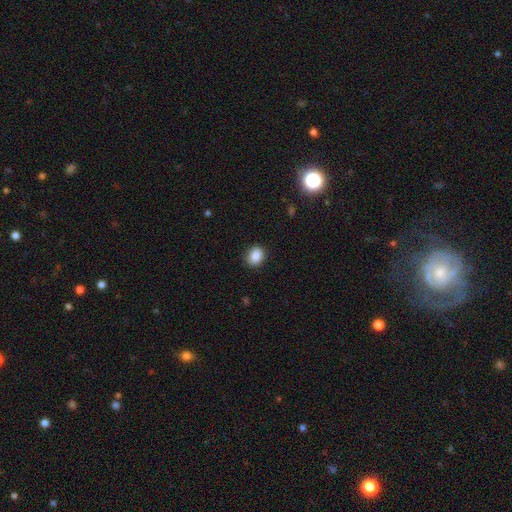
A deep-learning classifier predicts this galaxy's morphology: Smooth or featured: smooth — 87% (star or artifact — 9%)
How rounded: in between — 50% (round — 49%)
Merging: none — 87% (minor disturbance — 10%)